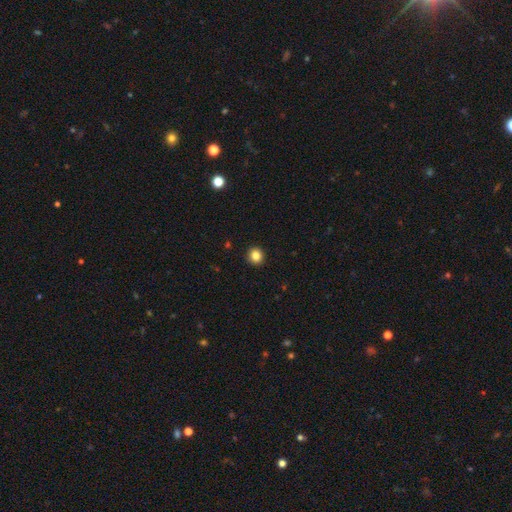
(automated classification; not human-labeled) smooth-or-featured: smooth: 84% | star or artifact: 11% | featured or disk: 5%
  how-rounded: round: 90% | in between: 9% | cigar-shaped: 1%
  merging: none: 93% | minor disturbance: 5% | major disturbance: 2% | merger: 1%